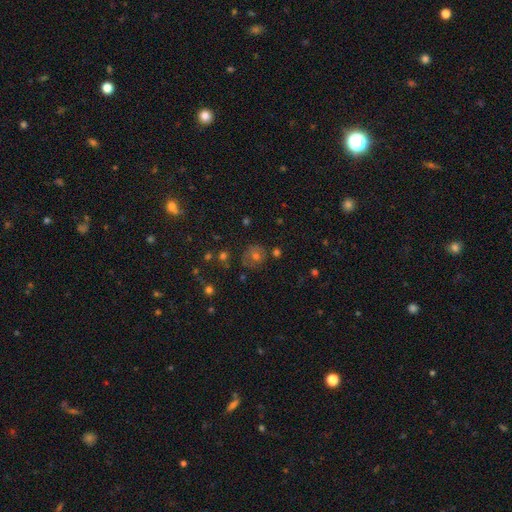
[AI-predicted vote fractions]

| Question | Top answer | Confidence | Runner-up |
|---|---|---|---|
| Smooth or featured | smooth | 43% | star or artifact (30%) |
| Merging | none | 71% | minor disturbance (17%) |